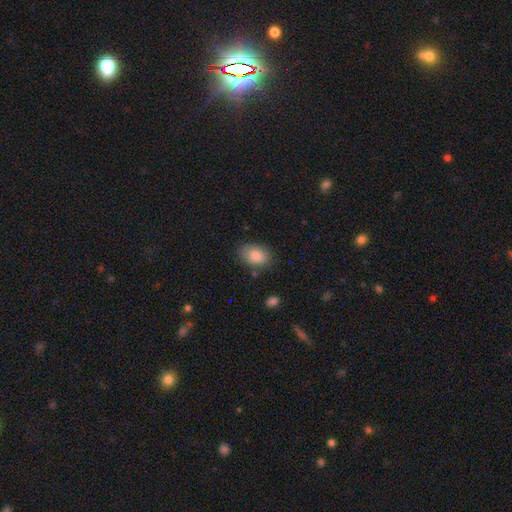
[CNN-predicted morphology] This appears to be a smooth galaxy with no disk features (85%) that is in between round and cigar-shaped (80%). Merging: none (78%).